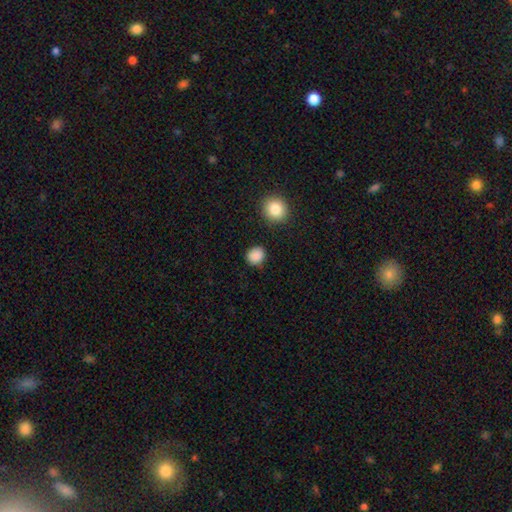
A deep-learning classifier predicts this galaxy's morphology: A smooth galaxy with no disk features (88%) that is round (85%). Merging: none (86%).